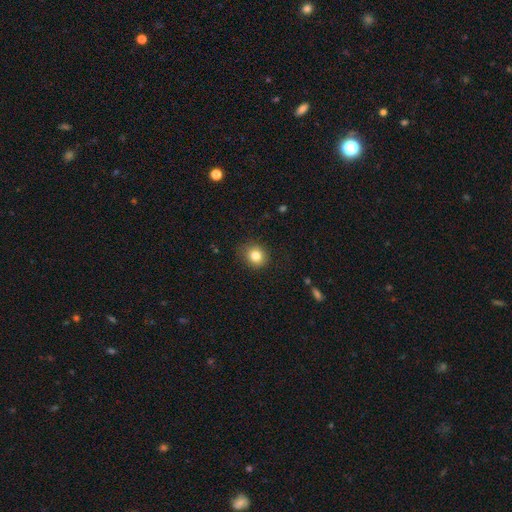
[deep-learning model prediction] smooth-or-featured: smooth: 82% | star or artifact: 10% | featured or disk: 7%
  how-rounded: round: 80% | in between: 19% | cigar-shaped: 1%
  merging: none: 83% | minor disturbance: 13% | major disturbance: 3% | merger: 1%